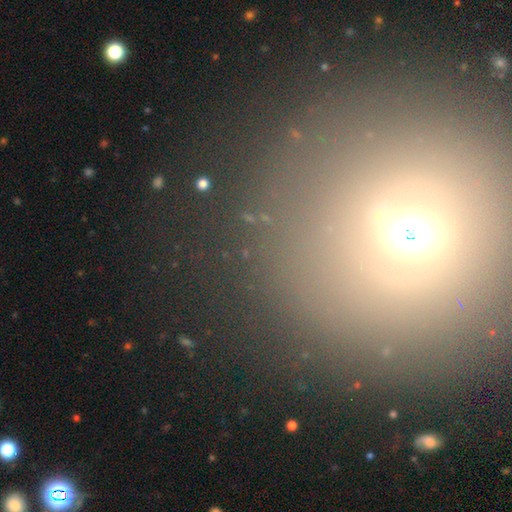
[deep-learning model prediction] star or artifact 38%, smooth 37%, featured or disk 25%.